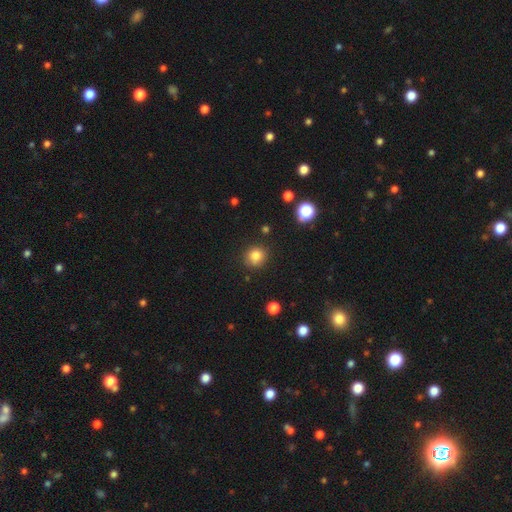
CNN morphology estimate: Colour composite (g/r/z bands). It shows a smooth galaxy with no disk features (83%) that is round (85%). Merging: none (85%).